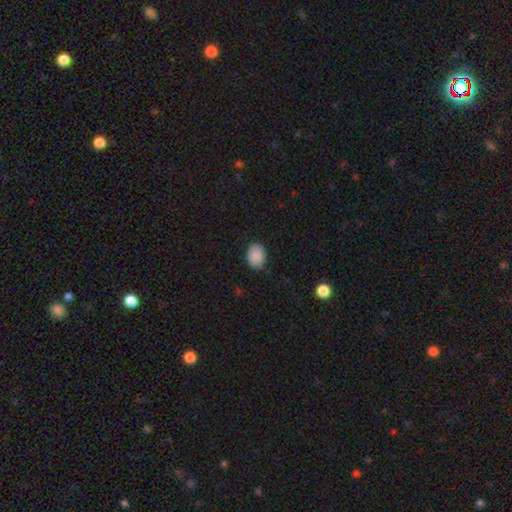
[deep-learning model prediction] A smooth galaxy with no disk features (89%) that is in between round and cigar-shaped (65%). Merging: none (84%).